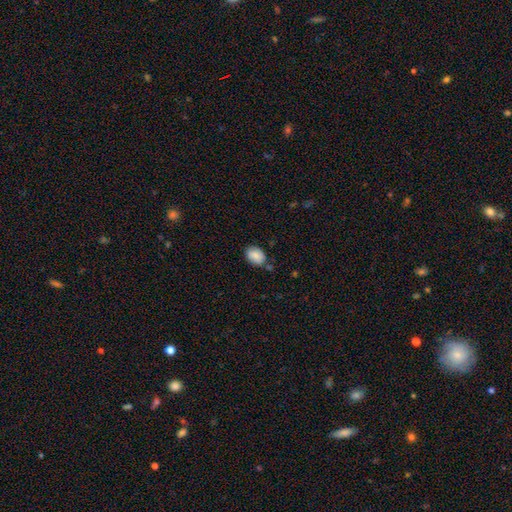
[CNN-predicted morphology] A smooth galaxy with no disk features (87%) that is in between round and cigar-shaped (75%).

Vote fractions:
- Smooth or featured? smooth: 87% / star or artifact: 7% / featured or disk: 6%
- How rounded? in between: 75% / round: 24% / cigar-shaped: 1%
- Merging? none: 75% / minor disturbance: 17% / merger: 5% / major disturbance: 3%